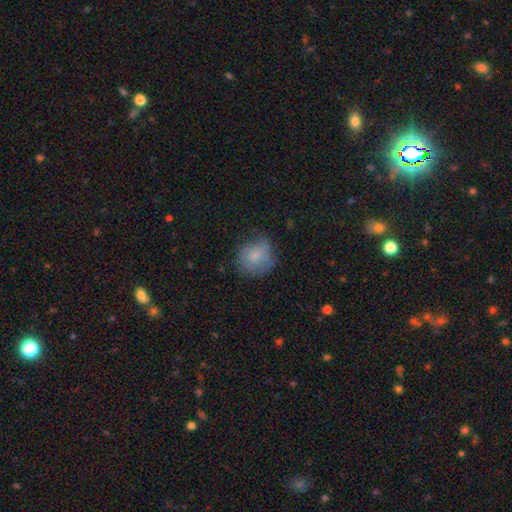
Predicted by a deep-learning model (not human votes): Q: Smooth or featured?
A: smooth (75%); runner-up: featured or disk (17%)
Q: How rounded?
A: round (79%); runner-up: in between (20%)
Q: Merging?
A: none (61%); runner-up: minor disturbance (28%)